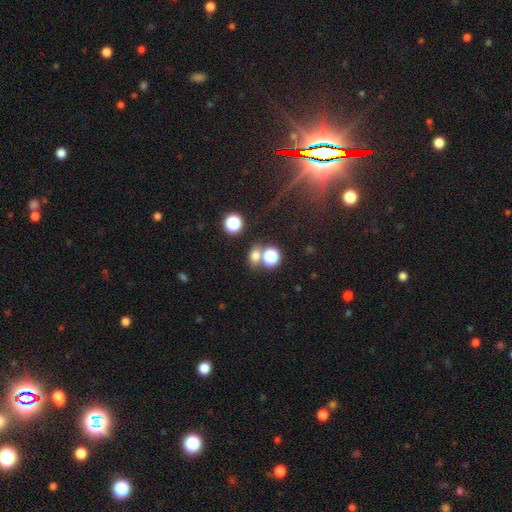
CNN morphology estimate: Overall: smooth (68%). How rounded: in between (50%; round 48%). Merging: none (63%).